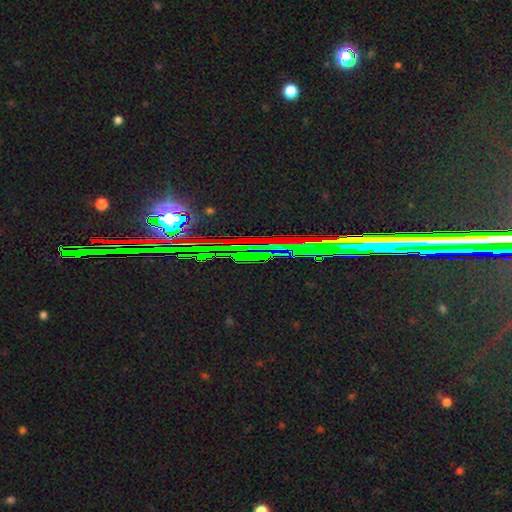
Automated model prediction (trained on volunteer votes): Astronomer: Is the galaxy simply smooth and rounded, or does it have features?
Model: star or artifact — 84%.